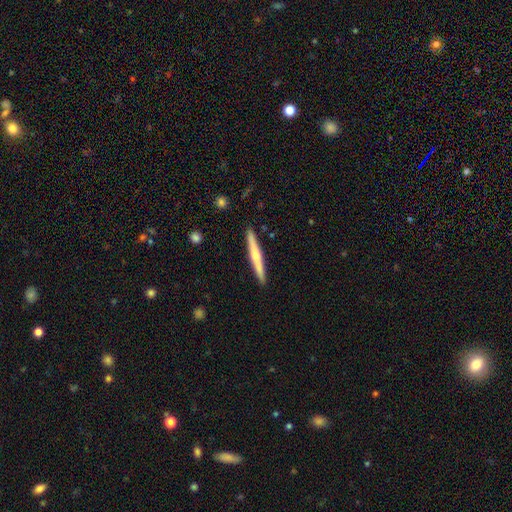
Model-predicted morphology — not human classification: Overall: featured or disk (51%; smooth 43%). Edge-on disk: yes (98%). Edge-on bulge: rounded (68%). Merging: none (92%).